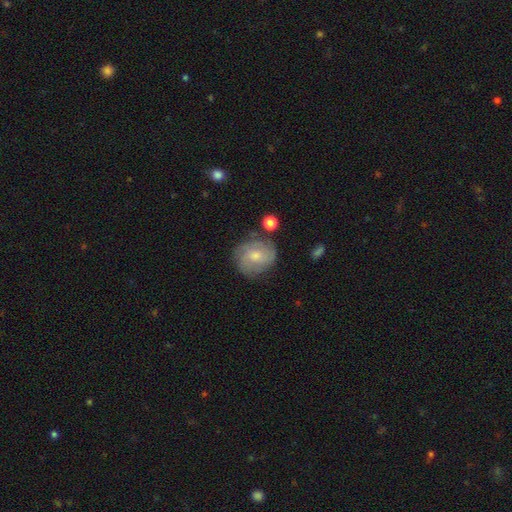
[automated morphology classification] A featured or disk galaxy (56%) with no bar (65%), spiral arms (84%) and a moderate central bulge (49%). Merging: none (70%).